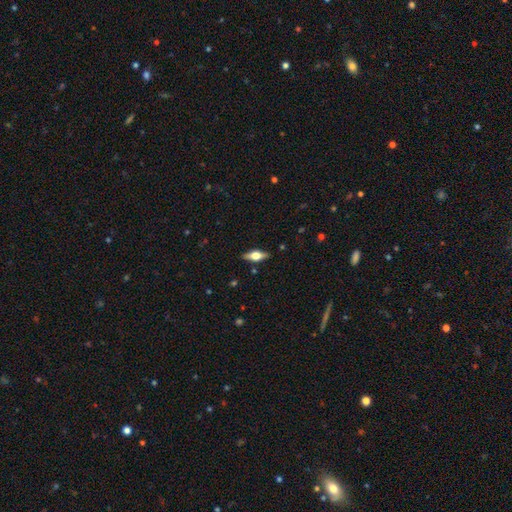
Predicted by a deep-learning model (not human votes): This appears to be a featured or disk galaxy (61%) viewed edge-on (95%) with a rounded central bulge (93%). Merging: none (88%).